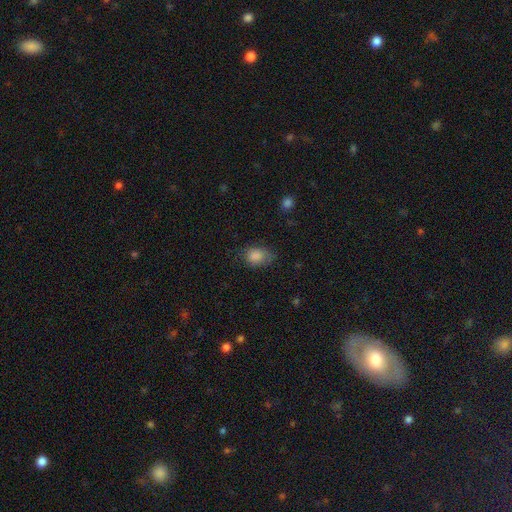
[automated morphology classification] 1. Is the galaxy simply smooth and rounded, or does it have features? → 84% smooth, 9% star or artifact, 6% featured or disk.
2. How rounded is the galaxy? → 74% in between, 24% round, 1% cigar-shaped.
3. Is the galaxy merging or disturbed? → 61% none, 29% minor disturbance, 9% major disturbance, 1% merger.